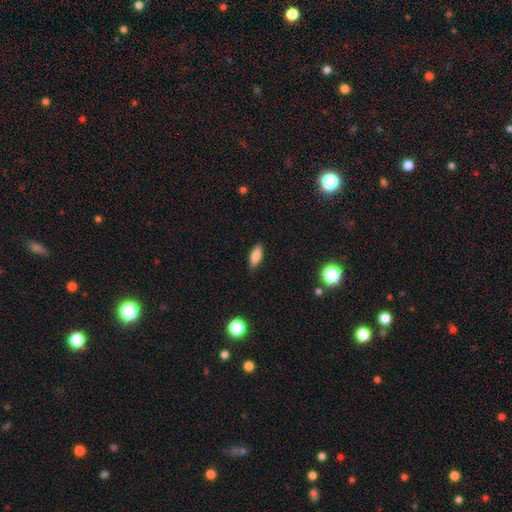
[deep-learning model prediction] This is likely a smooth galaxy (77%). How rounded: likely in between (70%). Merging: clearly none (86%).